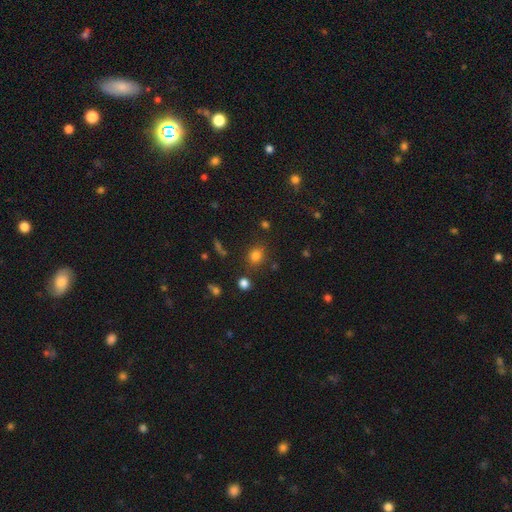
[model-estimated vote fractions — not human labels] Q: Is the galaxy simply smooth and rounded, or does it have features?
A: smooth — 78%.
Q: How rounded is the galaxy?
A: round — 76%.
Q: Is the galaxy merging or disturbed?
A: none — 80%.